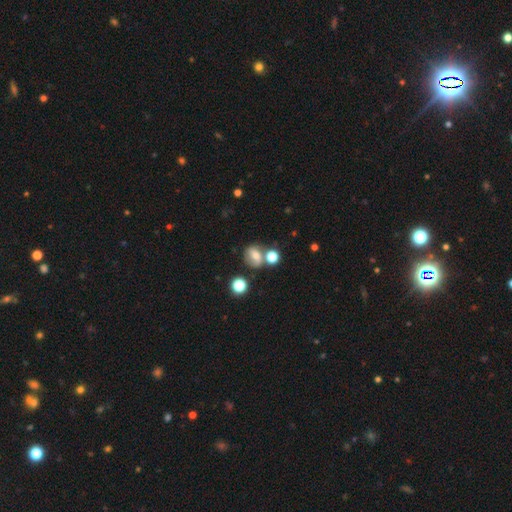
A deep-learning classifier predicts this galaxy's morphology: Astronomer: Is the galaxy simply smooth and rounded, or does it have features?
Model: smooth — 61%.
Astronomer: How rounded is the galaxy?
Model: round — 53% (runner-up: in between, 45%).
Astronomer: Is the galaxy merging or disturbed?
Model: none — 53%.